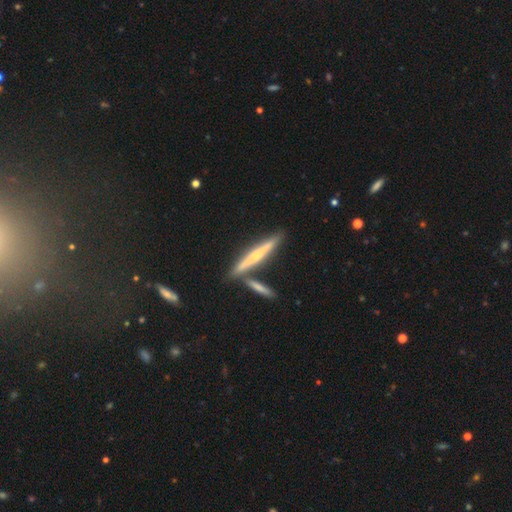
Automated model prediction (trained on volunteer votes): smooth-or-featured: featured or disk: 61% | smooth: 33% | star or artifact: 6%
  disk-edge-on: yes: 96% | no: 4%
    edge-on-bulge: rounded: 63% | none: 30% | boxy: 7%
  merging: none: 74% | merger: 15% | minor disturbance: 9% | major disturbance: 2%